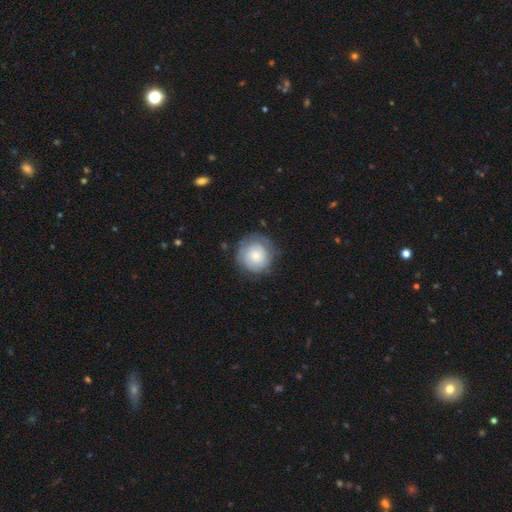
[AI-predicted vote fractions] smooth-or-featured: smooth: 52% | featured or disk: 41% | star or artifact: 7%
  how-rounded: round: 91% | in between: 8% | cigar-shaped: 1%
  merging: none: 73% | minor disturbance: 18% | major disturbance: 7% | merger: 1%